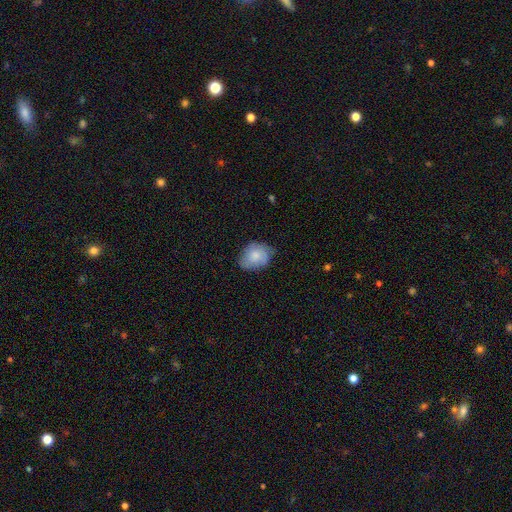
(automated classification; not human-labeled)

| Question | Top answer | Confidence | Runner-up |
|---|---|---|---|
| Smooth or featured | smooth | 66% | featured or disk (27%) |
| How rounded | in between | 63% | round (36%) |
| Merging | none | 61% | minor disturbance (31%) |